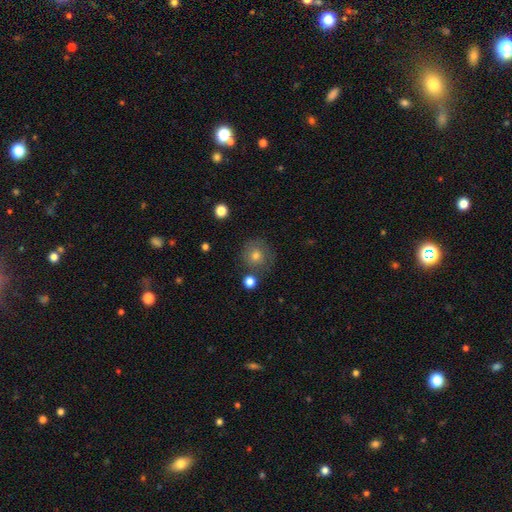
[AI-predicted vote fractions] Smooth or featured: smooth — 68% (featured or disk — 18%)
How rounded: round — 92% (in between — 7%)
Merging: none — 78% (minor disturbance — 13%)